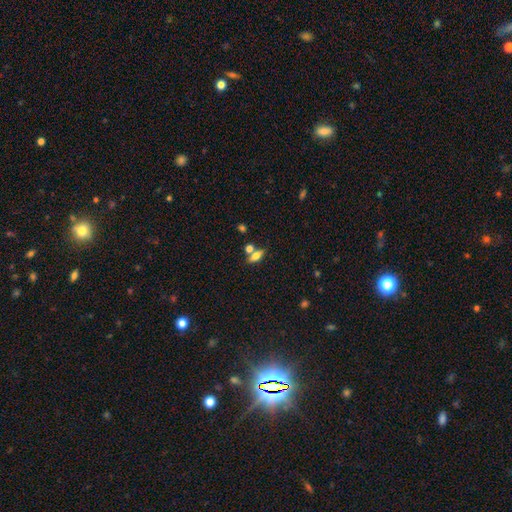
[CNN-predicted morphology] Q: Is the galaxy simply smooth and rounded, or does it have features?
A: smooth — 61%.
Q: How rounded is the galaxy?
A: in between — 63%.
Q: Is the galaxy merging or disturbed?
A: none — 60%.